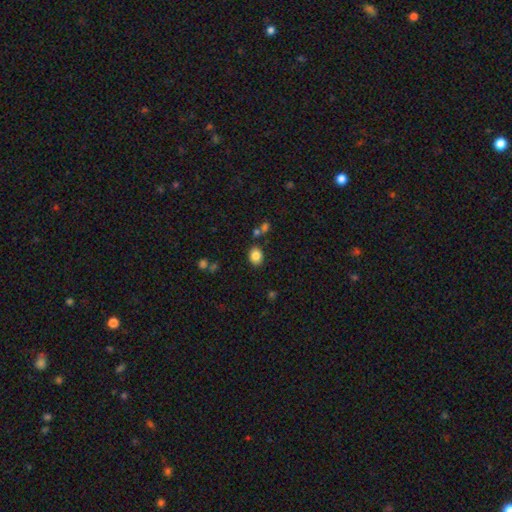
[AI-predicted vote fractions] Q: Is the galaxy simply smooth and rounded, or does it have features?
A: smooth — 85%.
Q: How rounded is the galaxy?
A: in between — 60%.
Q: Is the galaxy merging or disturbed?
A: none — 81%.